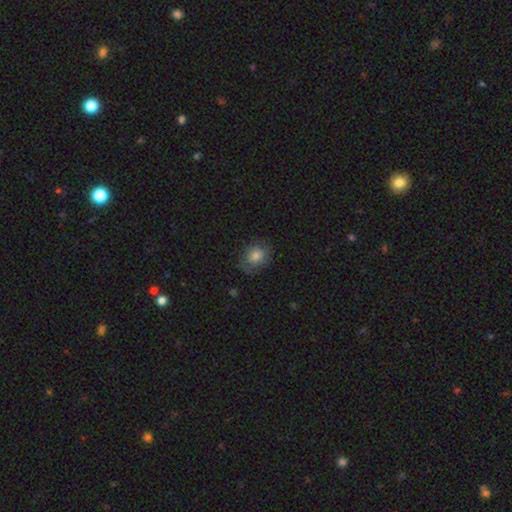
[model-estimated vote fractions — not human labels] Smooth or featured? smooth (76%)
How rounded? round (60%)
Merging? none (71%)